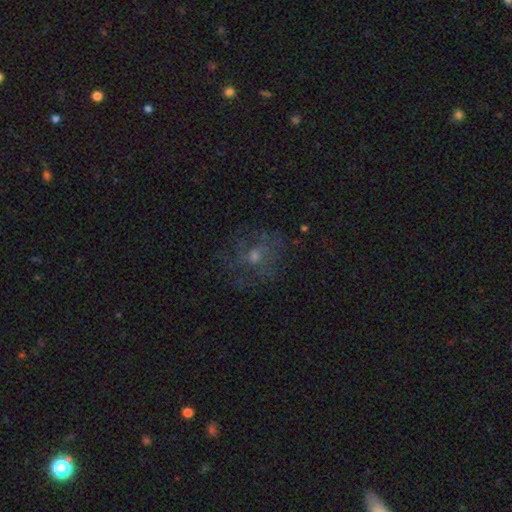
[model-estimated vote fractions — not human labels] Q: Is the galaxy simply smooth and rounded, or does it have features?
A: featured or disk — 54%.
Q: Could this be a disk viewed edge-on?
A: no — 97%.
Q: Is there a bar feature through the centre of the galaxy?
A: no — 76%.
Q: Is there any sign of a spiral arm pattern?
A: yes — 55%.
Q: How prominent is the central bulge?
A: small — 51%.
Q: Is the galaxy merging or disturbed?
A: none — 62%.